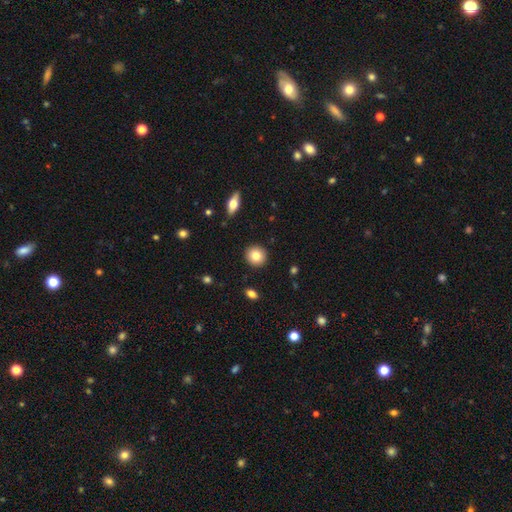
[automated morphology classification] This is clearly a smooth galaxy (81%). How rounded: clearly round (92%). Merging: clearly none (92%).